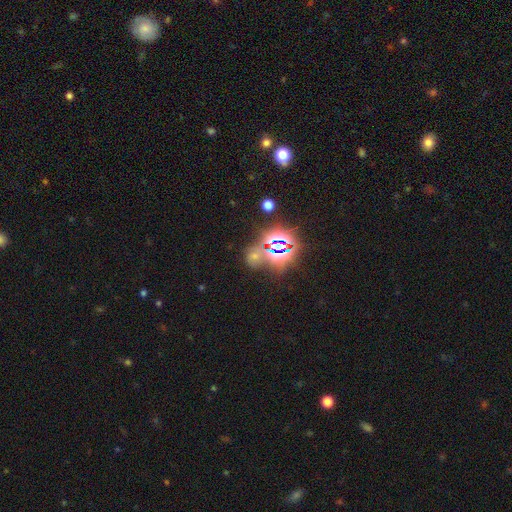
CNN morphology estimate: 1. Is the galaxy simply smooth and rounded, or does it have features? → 76% star or artifact, 16% smooth, 8% featured or disk.